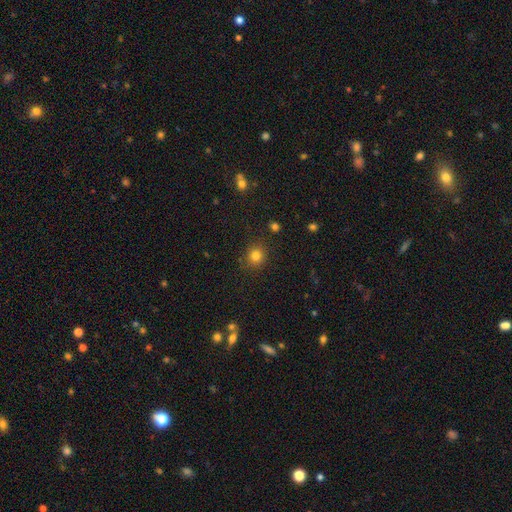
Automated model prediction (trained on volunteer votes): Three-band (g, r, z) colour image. It shows a smooth galaxy with no disk features (82%) that is round (85%). Merging: none (86%).